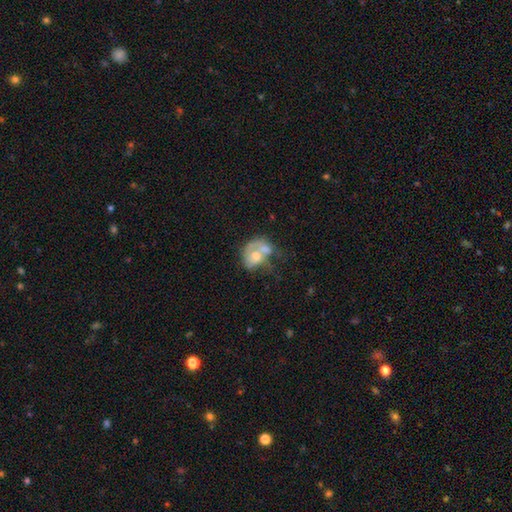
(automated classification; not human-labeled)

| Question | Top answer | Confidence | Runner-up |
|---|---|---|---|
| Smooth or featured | featured or disk | 56% | smooth (37%) |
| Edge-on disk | no | 97% | yes (3%) |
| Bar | no | 82% | weak (15%) |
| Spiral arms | no | 54% | yes (46%) |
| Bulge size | moderate | 63% | small (19%) |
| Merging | merger | 48% | major disturbance (21%) |